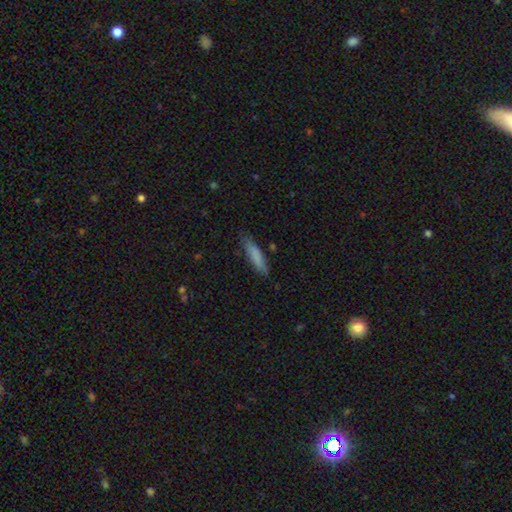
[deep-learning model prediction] Smooth or featured: smooth — 81% (featured or disk — 13%)
How rounded: cigar-shaped — 80% (in between — 19%)
Merging: none — 77% (minor disturbance — 18%)